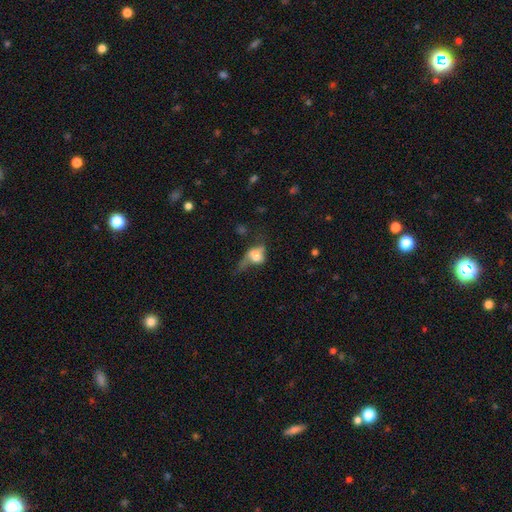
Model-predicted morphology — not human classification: Smooth or featured? smooth (53%)
How rounded? in between (65%)
Merging? major disturbance (43%)